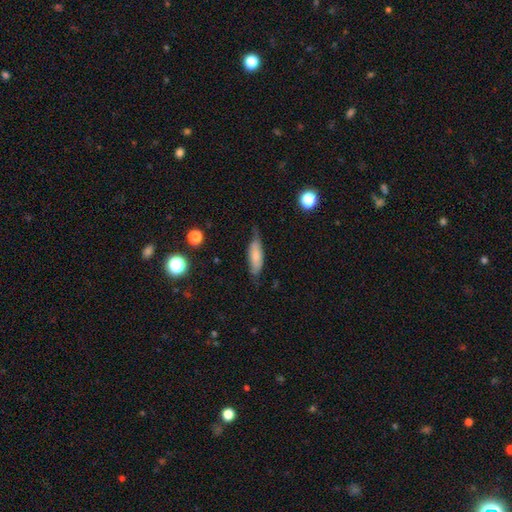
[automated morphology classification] This is likely a smooth galaxy (65%). How rounded: possibly in between (58%). Merging: possibly none (59%).